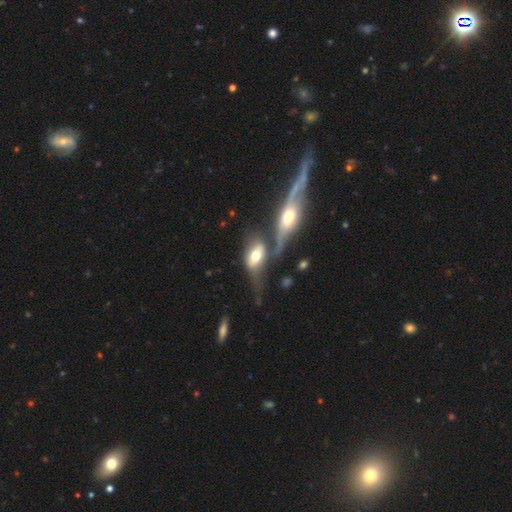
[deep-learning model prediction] Smooth or featured?
  - smooth: 53% *
  - featured or disk: 40%
  - star or artifact: 7%
How rounded?
  - in between: 85% *
  - round: 8%
  - cigar-shaped: 7%
Merging?
  - merger: 51% *
  - none: 20%
  - major disturbance: 16%
  - minor disturbance: 13%